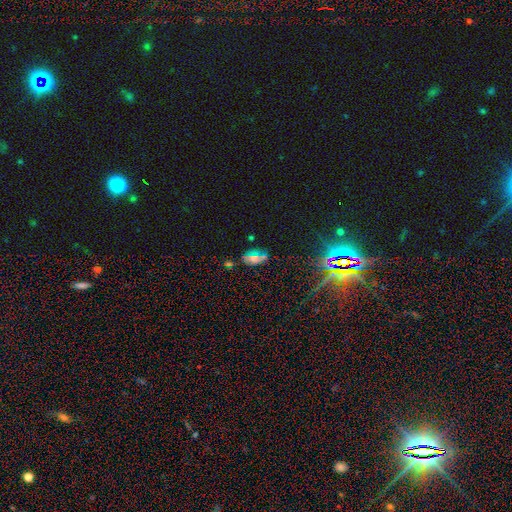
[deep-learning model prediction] Q: Smooth or featured?
A: smooth (47%); runner-up: star or artifact (30%)
Q: Merging?
A: none (65%); runner-up: minor disturbance (21%)